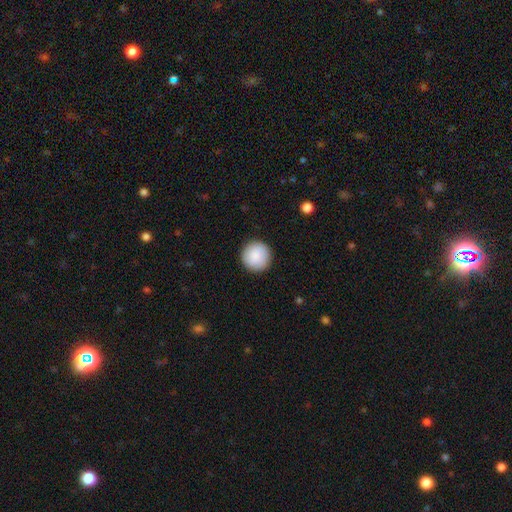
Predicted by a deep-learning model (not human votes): This is clearly a smooth galaxy (89%). How rounded: clearly round (96%). Merging: clearly none (92%).